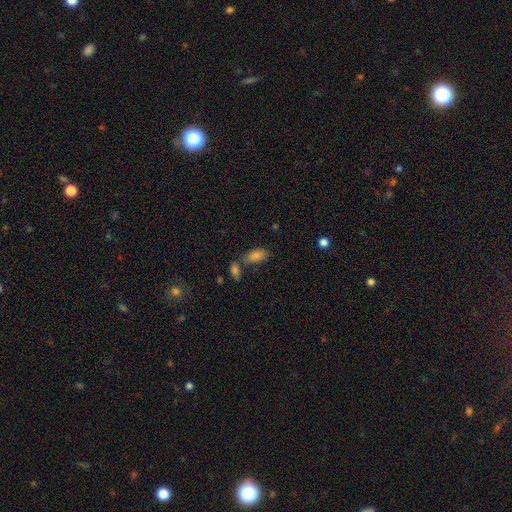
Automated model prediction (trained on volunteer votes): Overall: smooth (80%). How rounded: in between (90%). Merging: none (62%).